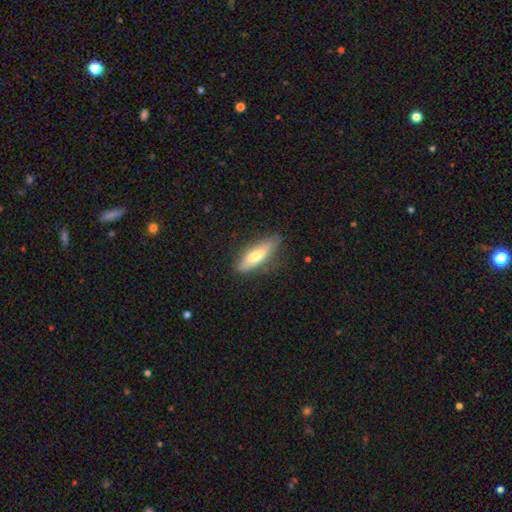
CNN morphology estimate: type=smooth (64%); roundness=cigar-shaped (52%); merging=none (80%).